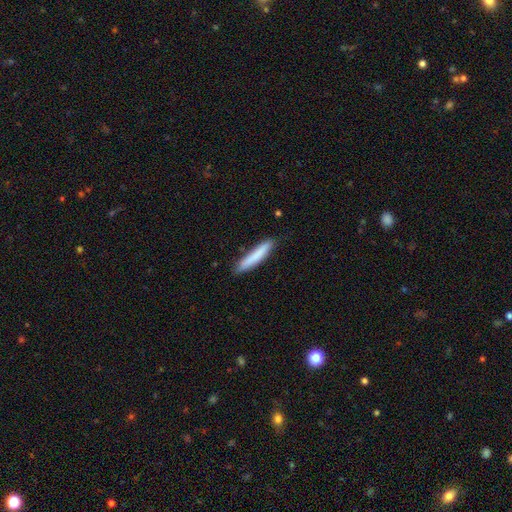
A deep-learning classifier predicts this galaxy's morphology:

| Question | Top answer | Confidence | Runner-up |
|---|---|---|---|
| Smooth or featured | smooth | 82% | featured or disk (12%) |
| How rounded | cigar-shaped | 92% | in between (7%) |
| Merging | none | 85% | minor disturbance (12%) |